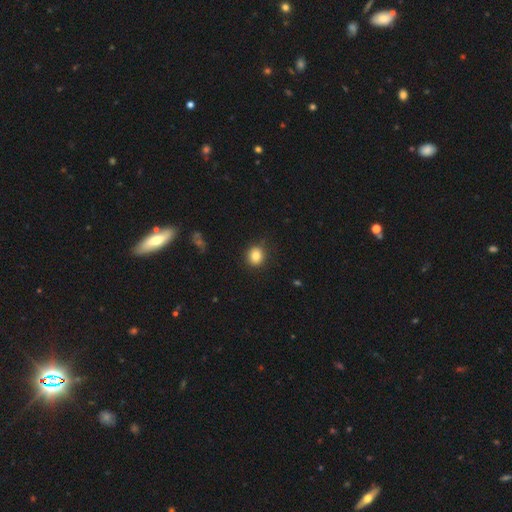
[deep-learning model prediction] This is clearly a smooth galaxy (82%). How rounded: likely round (78%). Merging: clearly none (86%).